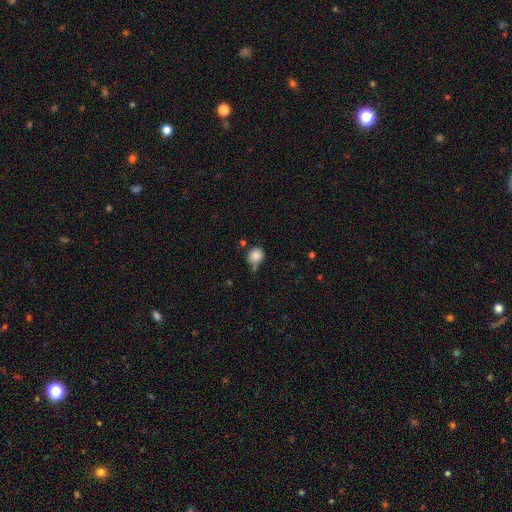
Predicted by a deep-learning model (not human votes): A smooth galaxy with no disk features (86%) that is round (81%). Merging: none (55%).